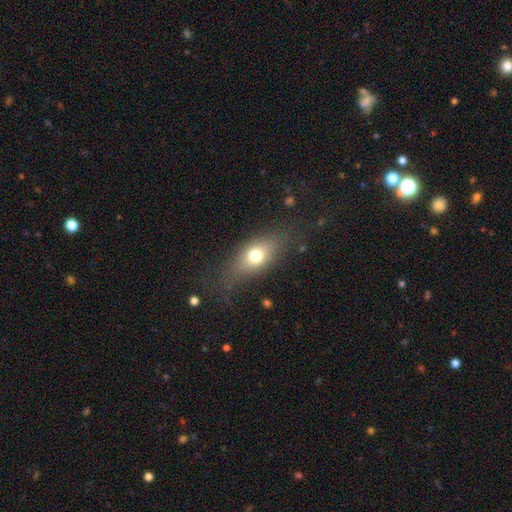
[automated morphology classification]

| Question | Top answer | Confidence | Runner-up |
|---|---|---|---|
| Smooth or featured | smooth | 66% | featured or disk (23%) |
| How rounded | in between | 70% | cigar-shaped (15%) |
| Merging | none | 73% | minor disturbance (16%) |